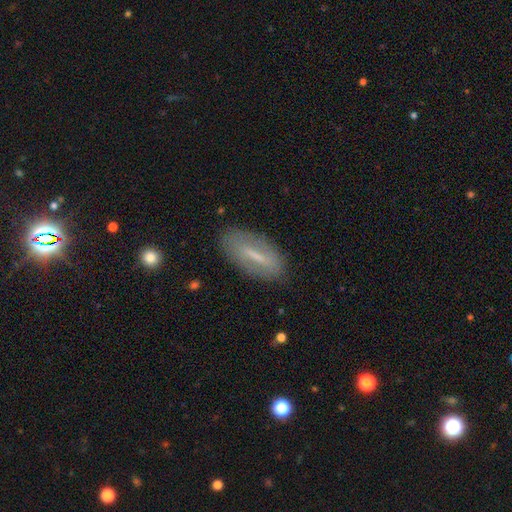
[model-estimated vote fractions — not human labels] Morphology: type=featured or disk (47%); merging=none (80%).